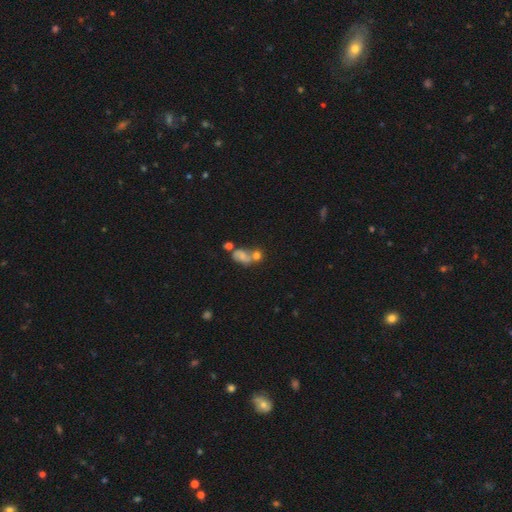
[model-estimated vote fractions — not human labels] Overall: smooth (56%; featured or disk 23%). How rounded: in between (52%; round 43%). Merging: merger (49%; none 31%).